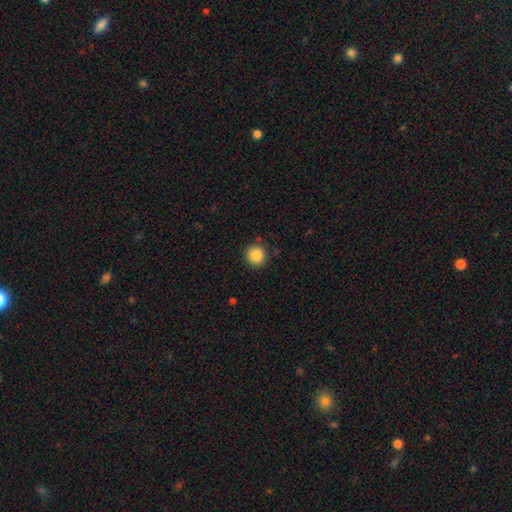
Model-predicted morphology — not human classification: smooth 87%, star or artifact 9%, featured or disk 4%. Down the decision tree: how rounded — round (93%); merging — none (88%).